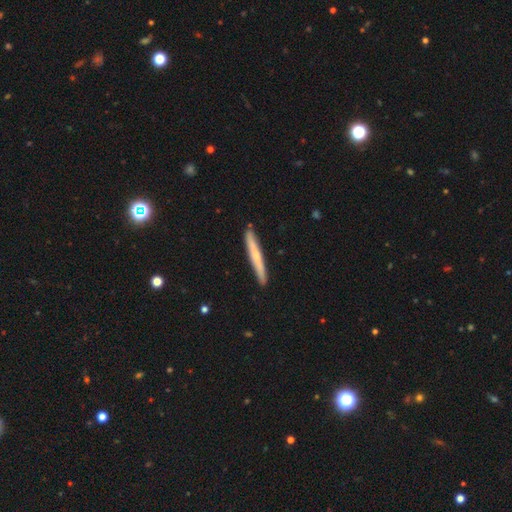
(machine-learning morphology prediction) The model was most divided on "smooth or featured": smooth: 49%, featured or disk: 46%, star or artifact: 5%. More confident: merging — none (90%).